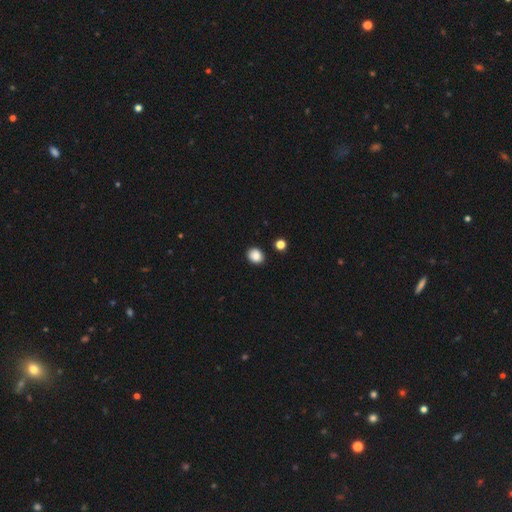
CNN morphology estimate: Q: Smooth or featured?
A: smooth (87%); runner-up: star or artifact (10%)
Q: How rounded?
A: round (66%); runner-up: in between (33%)
Q: Merging?
A: none (88%); runner-up: minor disturbance (7%)